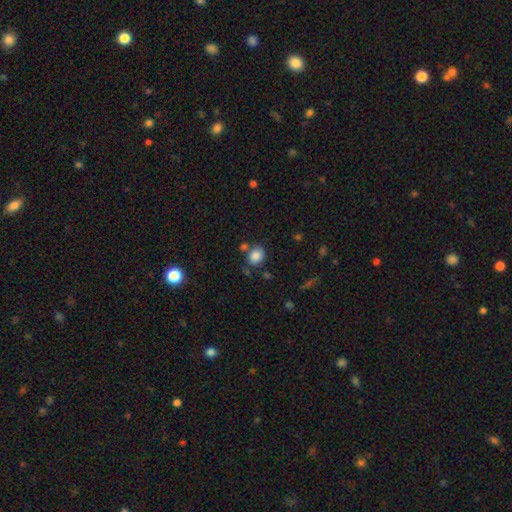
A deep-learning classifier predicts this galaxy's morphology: Smooth or featured? Predicted: smooth (p=0.85). How rounded? Predicted: round (p=0.53). Merging? Predicted: none (p=0.70).